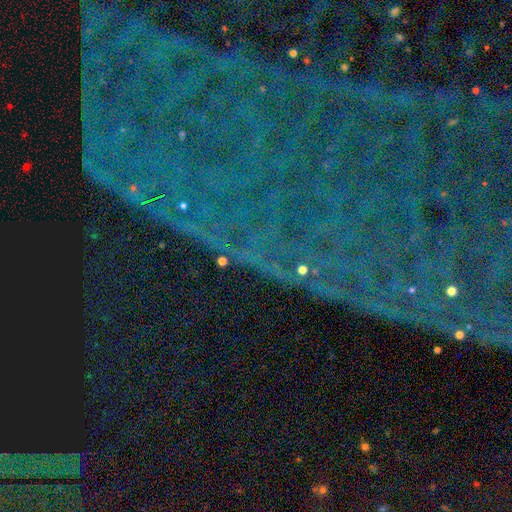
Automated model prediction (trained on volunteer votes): A star or artifact, not a galaxy (86%).